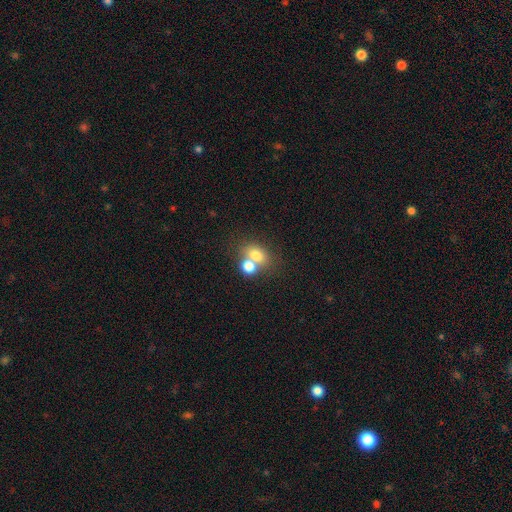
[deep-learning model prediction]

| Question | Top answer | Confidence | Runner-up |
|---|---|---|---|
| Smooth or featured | smooth | 73% | featured or disk (15%) |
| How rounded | round | 50% | in between (49%) |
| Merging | merger | 53% | none (36%) |